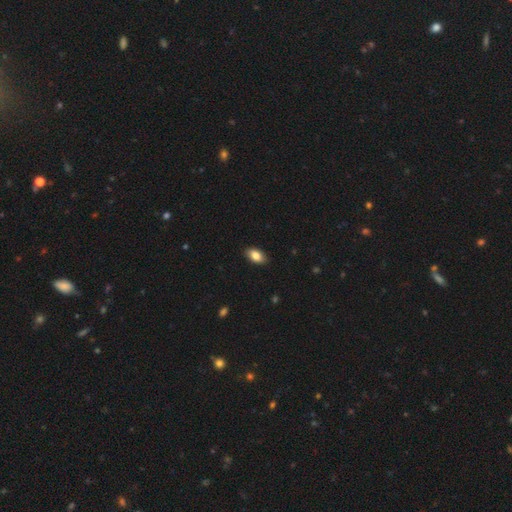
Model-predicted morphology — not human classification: This is clearly a smooth galaxy (84%). How rounded: clearly in between (92%). Merging: clearly none (88%).